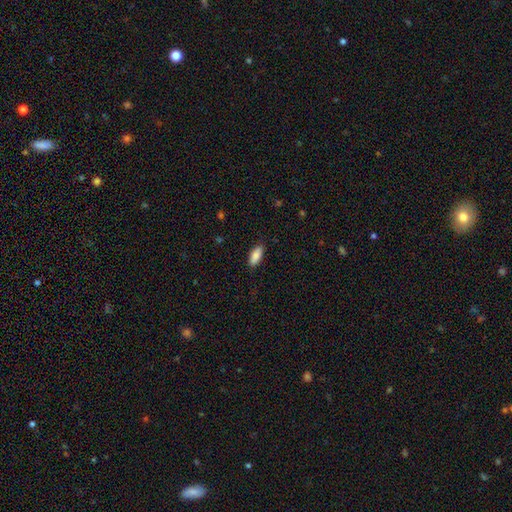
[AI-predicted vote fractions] Smooth or featured?
  - smooth: 88% *
  - star or artifact: 6%
  - featured or disk: 6%
How rounded?
  - in between: 84% *
  - cigar-shaped: 14%
  - round: 2%
Merging?
  - none: 87% *
  - minor disturbance: 10%
  - major disturbance: 2%
  - merger: 1%